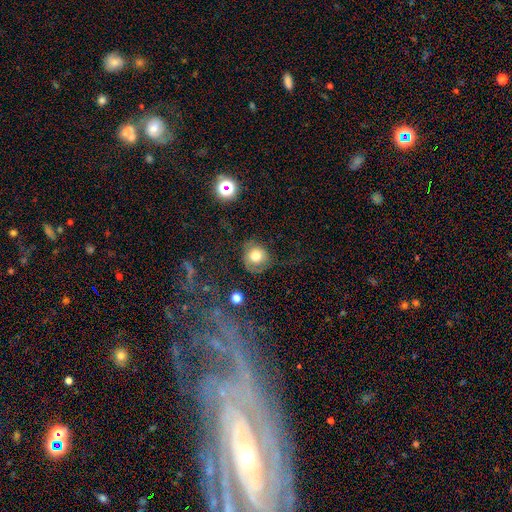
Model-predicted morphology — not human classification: Smooth or featured: smooth — 71% (featured or disk — 18%)
How rounded: round — 87% (in between — 12%)
Merging: none — 58% (minor disturbance — 22%)